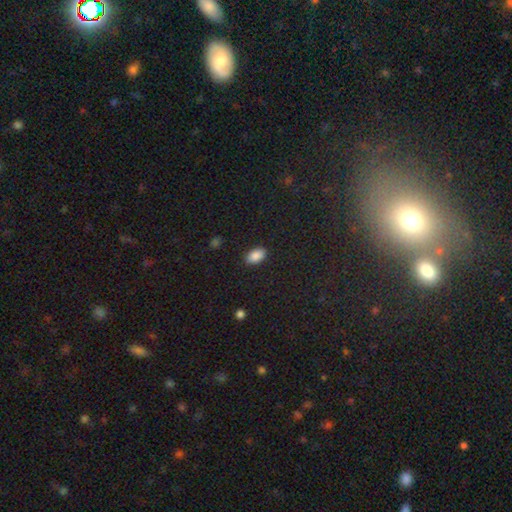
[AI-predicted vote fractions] smooth_or_featured: smooth (p=0.88) [alt: star or artifact p=0.08]
how_rounded: in between (p=0.92) [alt: round p=0.06]
merging: none (p=0.88) [alt: minor disturbance p=0.09]